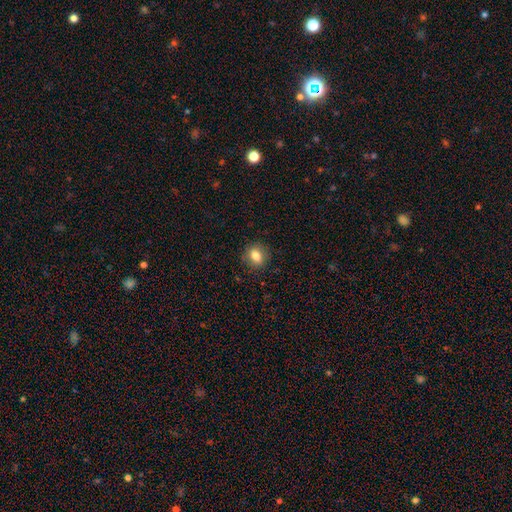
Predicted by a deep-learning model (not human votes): smooth-or-featured: smooth: 79% | featured or disk: 11% | star or artifact: 10%
  how-rounded: round: 62% | in between: 37% | cigar-shaped: 1%
  merging: none: 87% | minor disturbance: 9% | major disturbance: 3% | merger: 1%